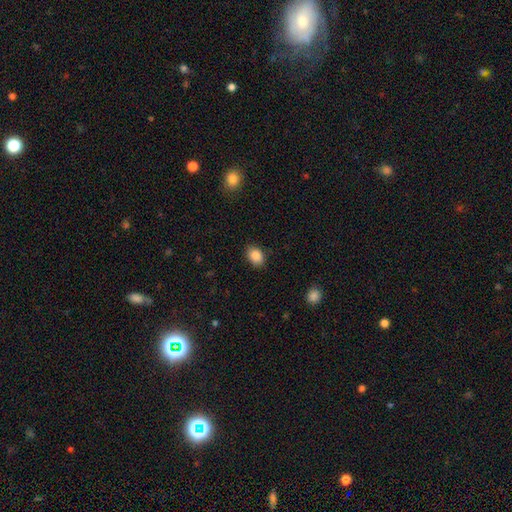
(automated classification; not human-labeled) Overall: smooth (88%). How rounded: in between (77%). Merging: none (86%).